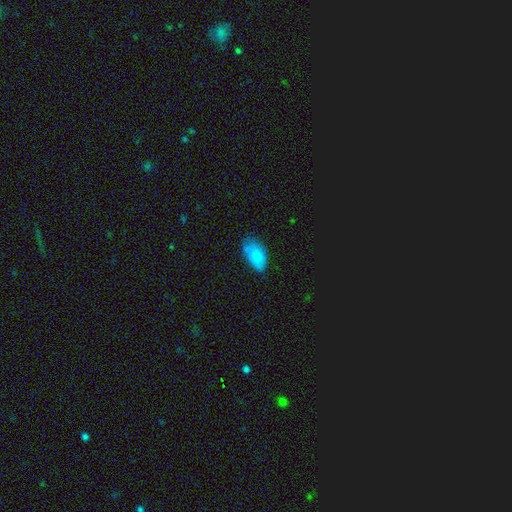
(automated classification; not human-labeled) smooth-or-featured: smooth: 84% | star or artifact: 8% | featured or disk: 8%
  how-rounded: in between: 94% | round: 4% | cigar-shaped: 3%
  merging: none: 58% | minor disturbance: 32% | major disturbance: 8% | merger: 3%